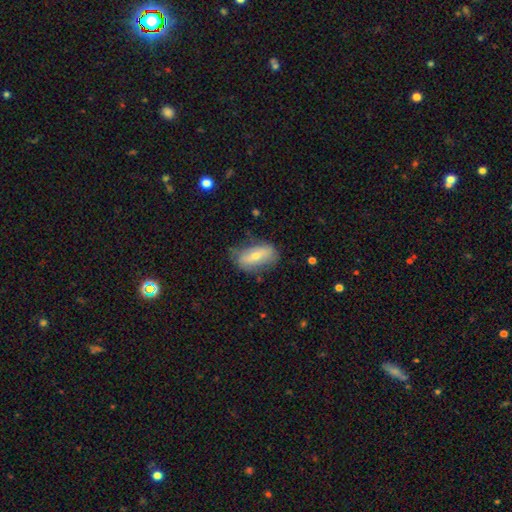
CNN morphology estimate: Q: Smooth or featured?
A: smooth (47%); runner-up: featured or disk (45%)
Q: Merging?
A: none (63%); runner-up: minor disturbance (27%)